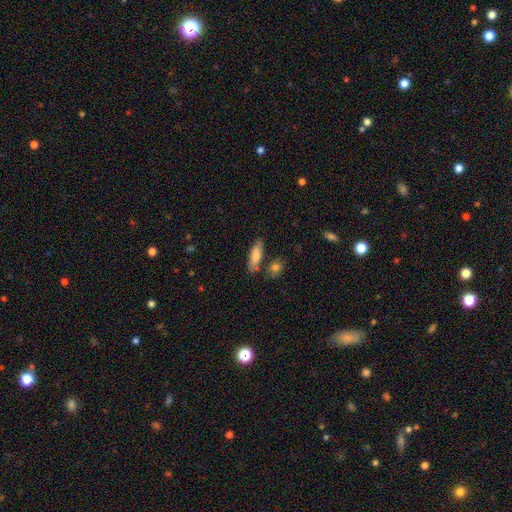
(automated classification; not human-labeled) smooth 79%, featured or disk 15%, star or artifact 6%. Down the decision tree: how rounded — in between (56%); merging — none (71%).